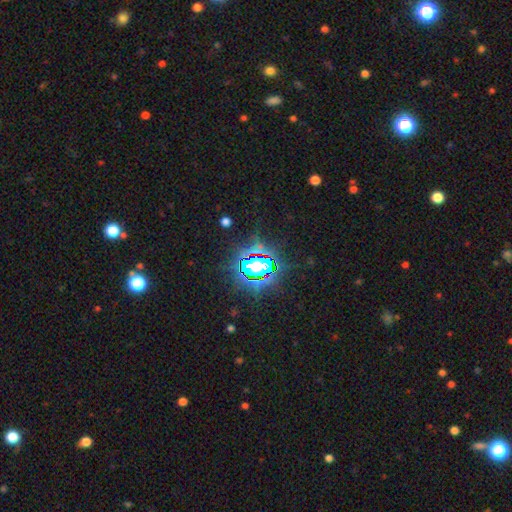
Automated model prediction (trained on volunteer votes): Morphology: type=star or artifact (83%).